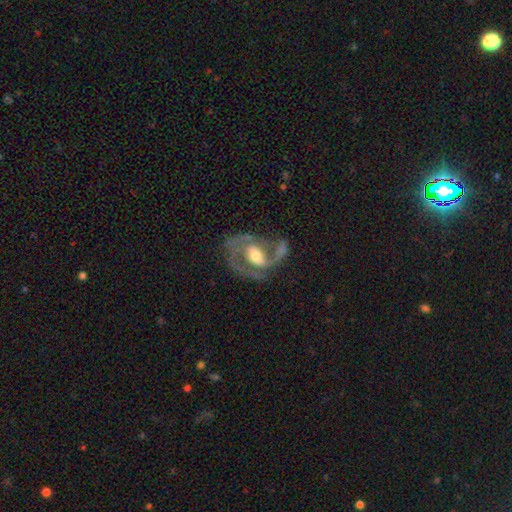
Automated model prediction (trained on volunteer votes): Overall: featured or disk (86%). Edge-on disk: no (97%). Bar: weak (44%; no 29%). Spiral arms: yes (92%). Spiral arm count: 2 (79%). Spiral winding: medium (55%; loose 24%). Bulge size: moderate (59%; small 27%). Merging: none (53%; major disturbance 23%).